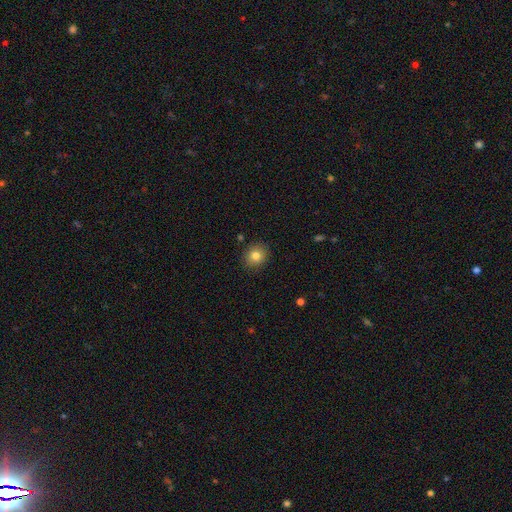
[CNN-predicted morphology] Q: Smooth or featured?
A: smooth (81%); runner-up: star or artifact (11%)
Q: How rounded?
A: round (80%); runner-up: in between (19%)
Q: Merging?
A: none (89%); runner-up: minor disturbance (7%)